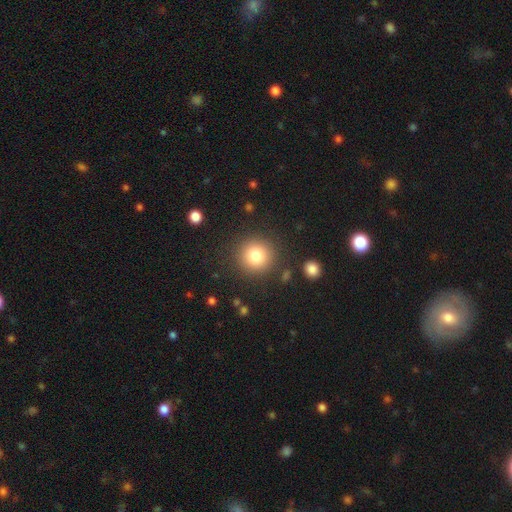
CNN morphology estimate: This is clearly a smooth galaxy (81%). How rounded: clearly round (94%). Merging: clearly none (87%).